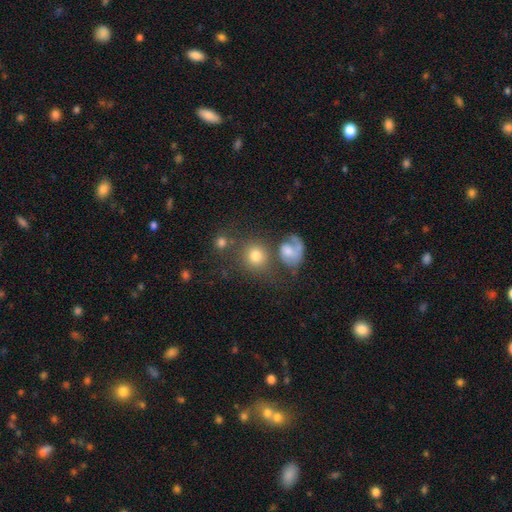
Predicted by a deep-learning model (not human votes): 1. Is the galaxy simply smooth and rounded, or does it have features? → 73% smooth, 16% featured or disk, 11% star or artifact.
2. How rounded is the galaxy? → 83% round, 16% in between, 1% cigar-shaped.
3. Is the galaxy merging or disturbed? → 55% none, 24% merger, 12% minor disturbance, 9% major disturbance.